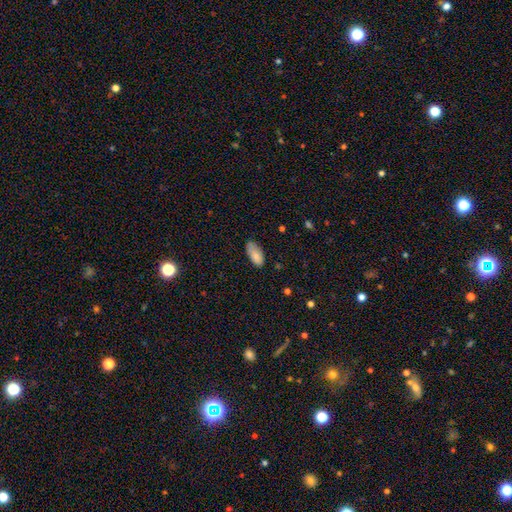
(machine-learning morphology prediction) This appears to be a smooth galaxy with no disk features (84%) that is in between round and cigar-shaped (90%). Merging: none (69%).